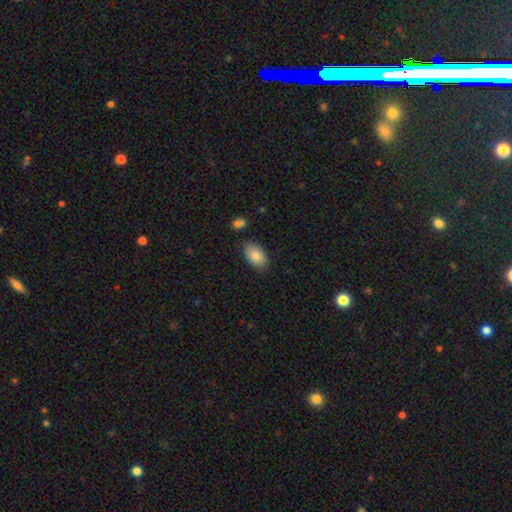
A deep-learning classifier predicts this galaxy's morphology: This is clearly a smooth galaxy (87%). How rounded: clearly in between (92%). Merging: clearly none (81%).